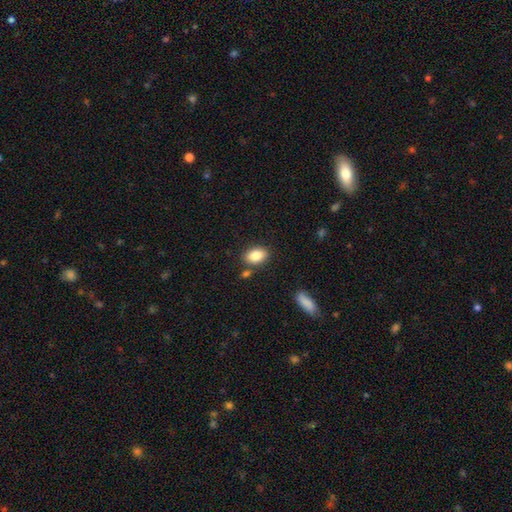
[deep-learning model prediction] Smooth or featured: smooth — 84% (featured or disk — 8%)
How rounded: in between — 87% (round — 11%)
Merging: none — 80% (minor disturbance — 10%)